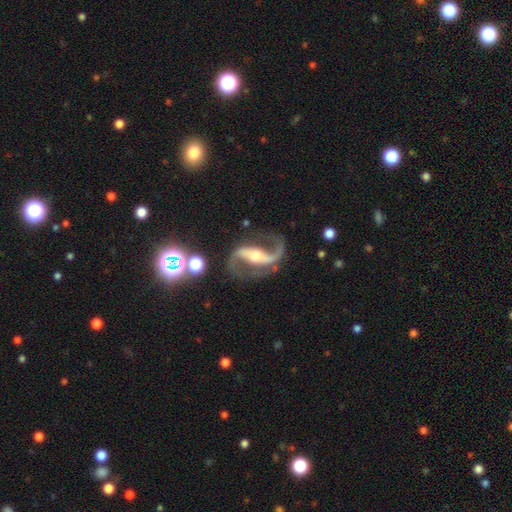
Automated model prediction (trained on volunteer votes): A featured or disk galaxy (91%) with a strong bar (58%), 2 (94%) loose (47%) spiral arms (98%) and a moderate central bulge (53%). Merging: none (79%).